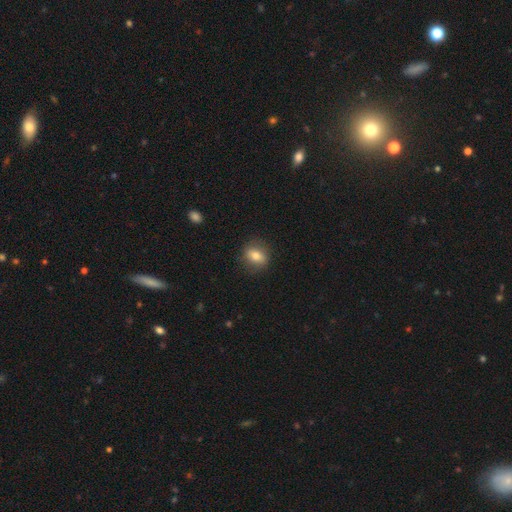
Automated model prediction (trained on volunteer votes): Smooth or featured? Predicted: smooth (p=0.74). How rounded? Predicted: round (p=0.54). Merging? Predicted: none (p=0.84).